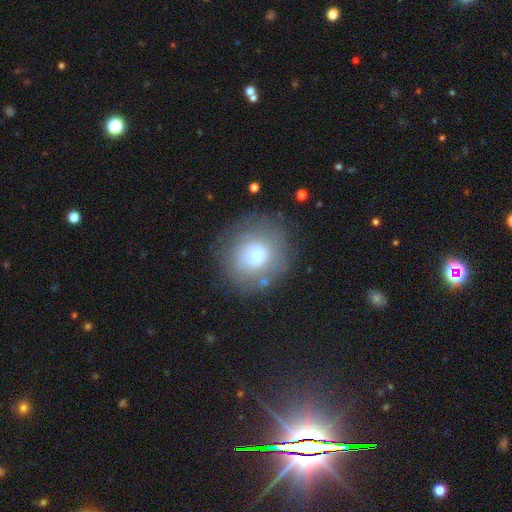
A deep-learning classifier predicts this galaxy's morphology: A smooth galaxy with no disk features (65%) that is round (78%).

Vote fractions:
- Smooth or featured? smooth: 65% / featured or disk: 25% / star or artifact: 10%
- How rounded? round: 78% / in between: 21% / cigar-shaped: 1%
- Merging? none: 66% / minor disturbance: 18% / major disturbance: 12% / merger: 4%